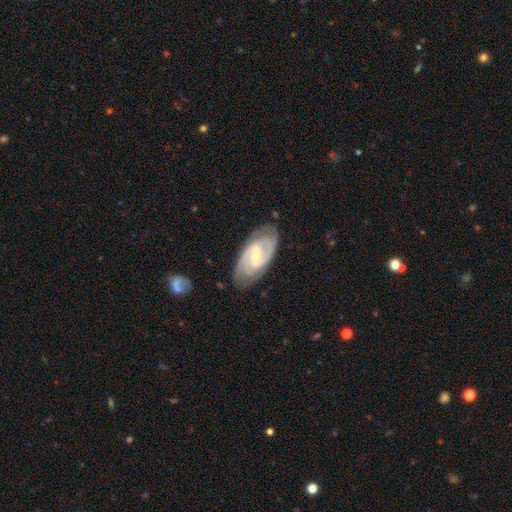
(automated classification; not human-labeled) The model was most divided on "spiral winding": tight: 51%, medium: 40%, loose: 9%. Remaining: spiral arms — yes (96%); edge-on disk — no (95%); smooth or featured — featured or disk (85%); merging — none (79%); spiral arm count — 2 (76%); bulge size — small (60%); bar — weak (49%).